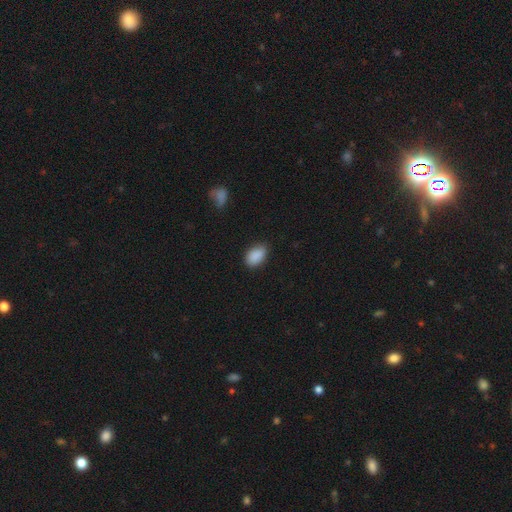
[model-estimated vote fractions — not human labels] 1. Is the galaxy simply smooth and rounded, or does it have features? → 89% smooth, 8% star or artifact, 3% featured or disk.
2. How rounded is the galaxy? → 88% in between, 10% round, 1% cigar-shaped.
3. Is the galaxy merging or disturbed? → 82% none, 15% minor disturbance, 3% major disturbance, 1% merger.